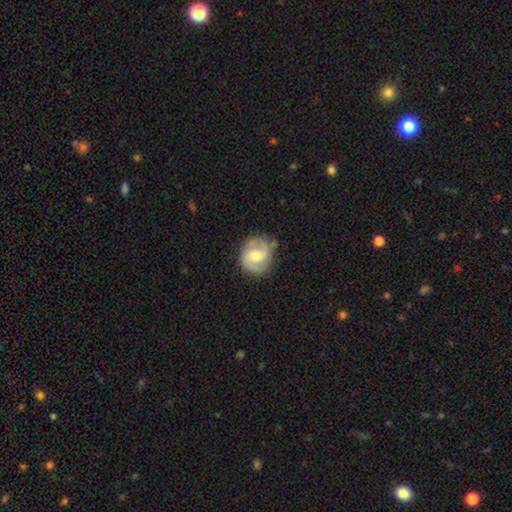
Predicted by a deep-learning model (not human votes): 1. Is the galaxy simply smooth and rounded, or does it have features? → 64% featured or disk, 30% smooth, 6% star or artifact.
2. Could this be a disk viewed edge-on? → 97% no, 3% yes.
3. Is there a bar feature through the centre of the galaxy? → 50% weak, 37% no, 13% strong.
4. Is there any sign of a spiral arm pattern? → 87% yes, 13% no.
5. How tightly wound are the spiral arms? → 47% medium, 32% tight, 21% loose.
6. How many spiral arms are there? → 81% 2, 10% can't tell, 3% 3, 3% 1, 1% 4, 1% more than 4.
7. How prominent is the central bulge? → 66% moderate, 25% small, 6% large, 2% none, 1% dominant.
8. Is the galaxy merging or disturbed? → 76% none, 17% minor disturbance, 5% major disturbance, 2% merger.